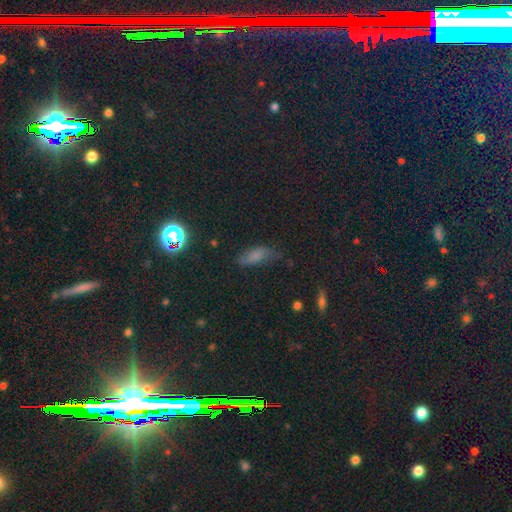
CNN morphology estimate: This is likely a smooth galaxy (62%). How rounded: likely in between (69%). Merging: likely none (61%).